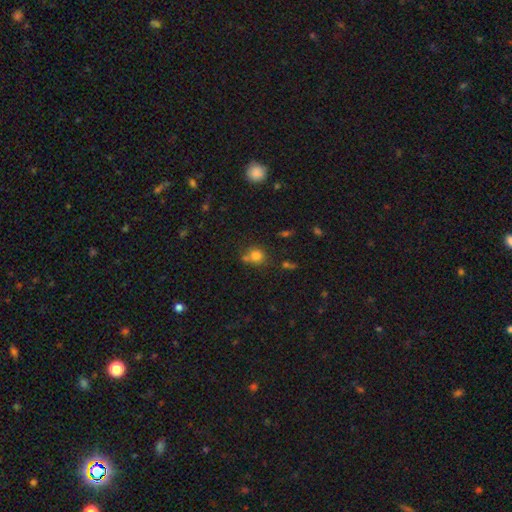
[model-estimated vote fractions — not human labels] Smooth or featured? smooth (78%)
How rounded? round (83%)
Merging? none (57%)